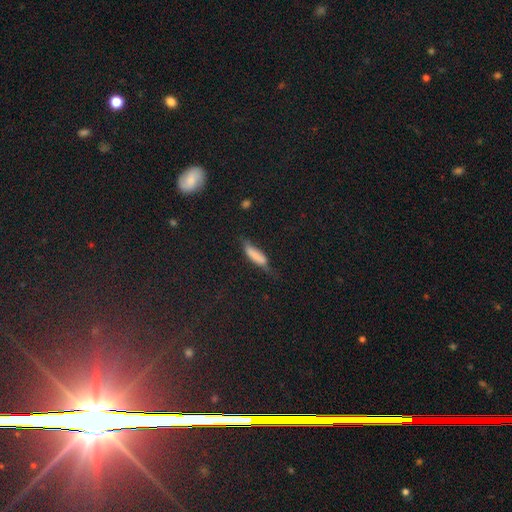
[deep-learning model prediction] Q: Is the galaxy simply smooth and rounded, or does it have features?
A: smooth — 74%.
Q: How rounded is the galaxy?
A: cigar-shaped — 63%.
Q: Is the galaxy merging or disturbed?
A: none — 44%.